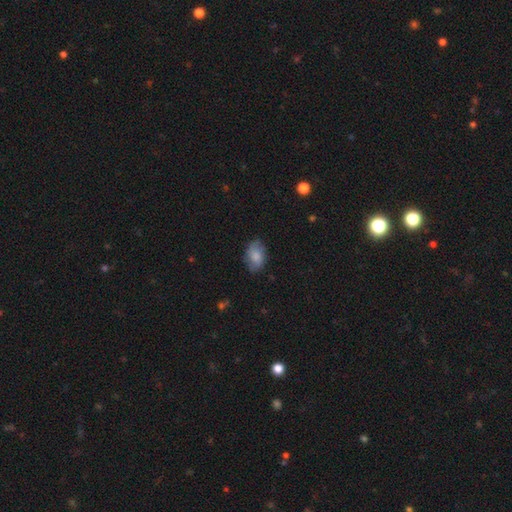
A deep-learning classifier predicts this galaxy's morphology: Smooth or featured? Predicted: smooth (p=0.74). How rounded? Predicted: in between (p=0.88). Merging? Predicted: none (p=0.74).